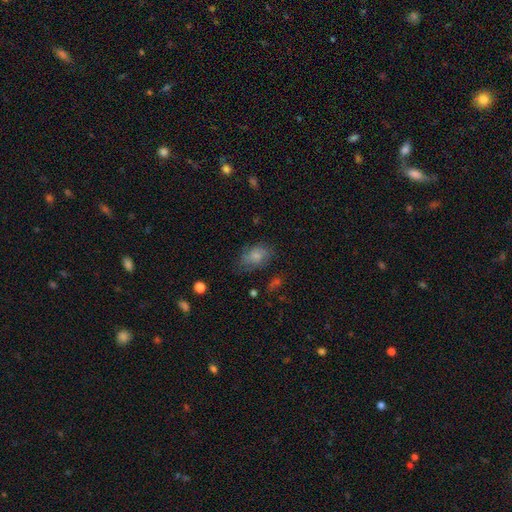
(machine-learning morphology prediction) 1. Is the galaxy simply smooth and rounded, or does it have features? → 68% smooth, 22% featured or disk, 9% star or artifact.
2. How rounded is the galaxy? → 82% in between, 16% round, 2% cigar-shaped.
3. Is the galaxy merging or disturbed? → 60% none, 25% minor disturbance, 12% major disturbance, 3% merger.